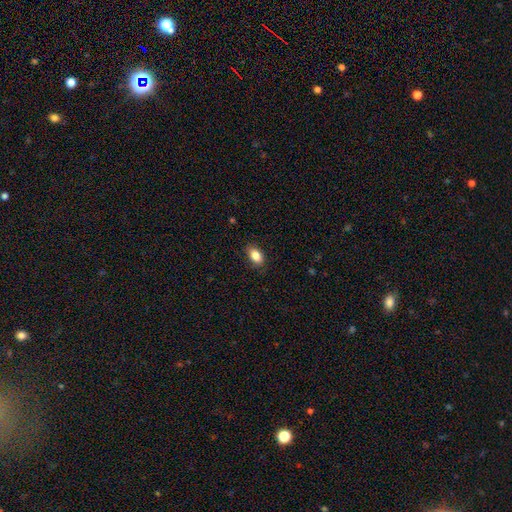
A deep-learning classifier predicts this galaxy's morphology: type=smooth (86%); roundness=in between (89%); merging=none (86%).